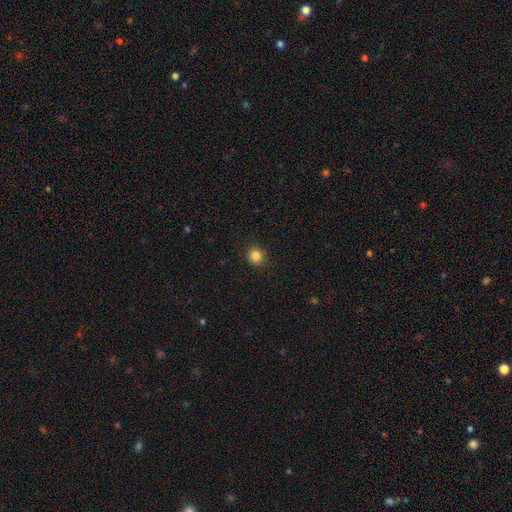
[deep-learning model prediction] This is clearly a smooth galaxy (84%). How rounded: clearly round (89%). Merging: clearly none (90%).